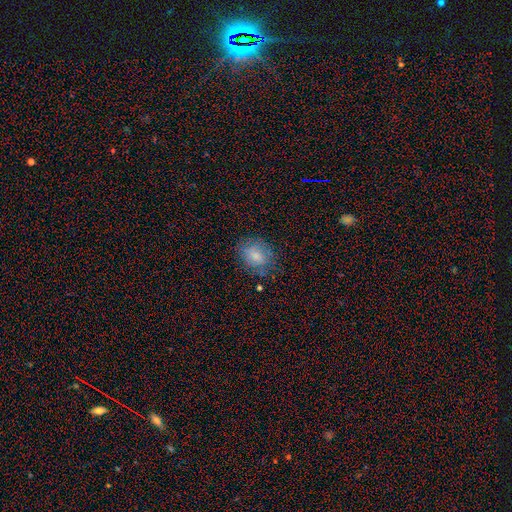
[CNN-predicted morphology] A smooth galaxy with no disk features (77%) that is in between round and cigar-shaped (57%).

Vote fractions:
- Smooth or featured? smooth: 77% / featured or disk: 14% / star or artifact: 9%
- How rounded? in between: 57% / round: 42% / cigar-shaped: 1%
- Merging? none: 75% / minor disturbance: 18% / major disturbance: 6% / merger: 2%